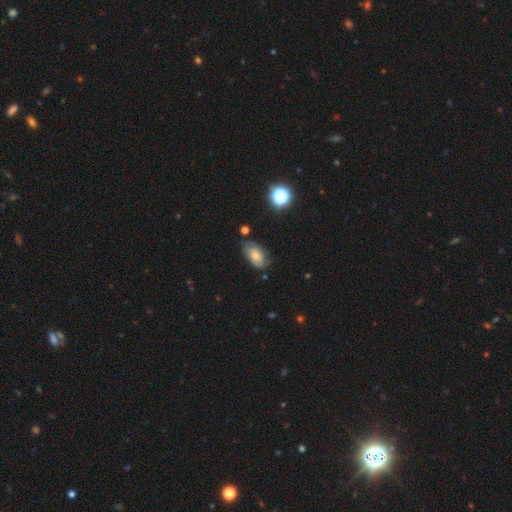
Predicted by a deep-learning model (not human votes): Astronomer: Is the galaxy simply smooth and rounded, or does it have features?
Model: smooth — 73%.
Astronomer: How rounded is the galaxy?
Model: in between — 91%.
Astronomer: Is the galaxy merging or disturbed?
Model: none — 65%.